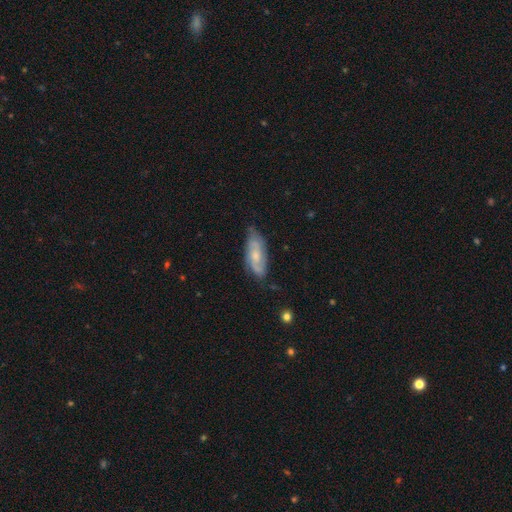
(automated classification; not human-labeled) A featured or disk galaxy (67%) with no bar (60%), 2 (59%) medium (45%) spiral arms (89%) and a small central bulge (48%). Merging: none (69%).